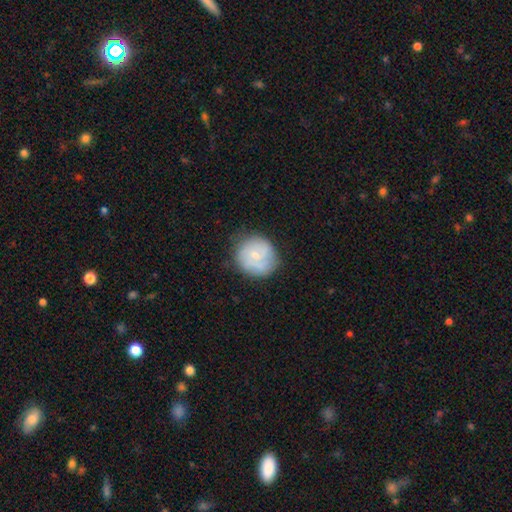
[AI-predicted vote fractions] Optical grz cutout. It shows a smooth galaxy with no disk features (48%). Merging: none (74%).